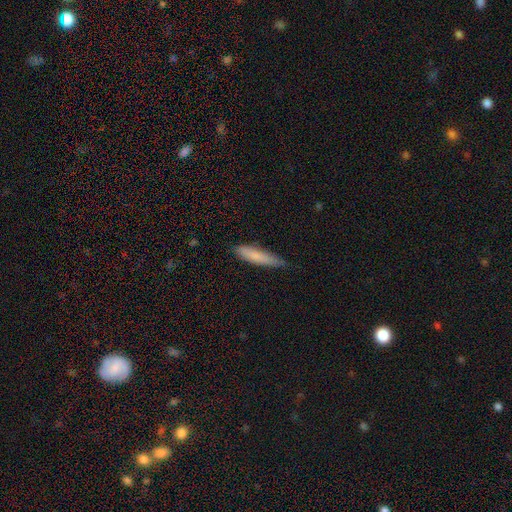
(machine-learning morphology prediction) The model was most divided on "merging": none: 73%, minor disturbance: 23%, major disturbance: 3%, merger: 1%. More confident: how rounded — cigar-shaped (84%); smooth or featured — smooth (80%).